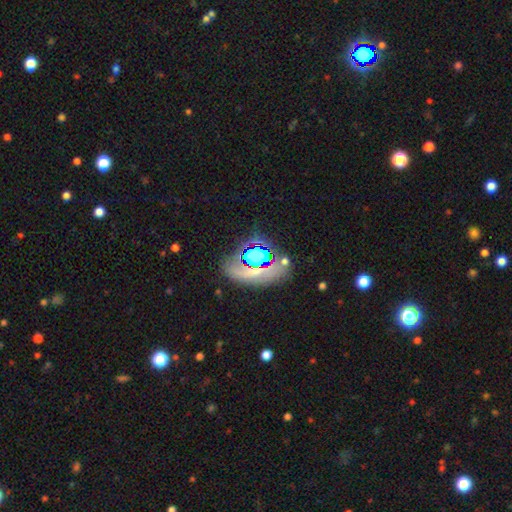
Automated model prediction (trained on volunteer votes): smooth-or-featured: star or artifact: 35% | smooth: 33% | featured or disk: 32%